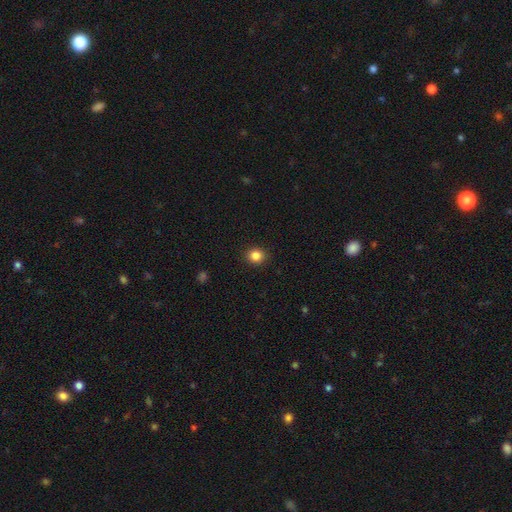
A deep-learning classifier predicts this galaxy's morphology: This appears to be a smooth galaxy with no disk features (85%) that is round (83%). Merging: none (92%).